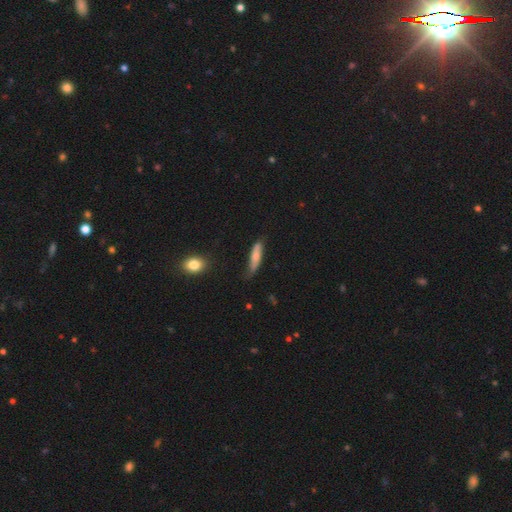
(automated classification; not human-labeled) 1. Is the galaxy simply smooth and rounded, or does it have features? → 67% smooth, 27% featured or disk, 6% star or artifact.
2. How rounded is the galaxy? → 75% cigar-shaped, 23% in between, 2% round.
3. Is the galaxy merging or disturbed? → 64% none, 28% minor disturbance, 6% major disturbance, 2% merger.